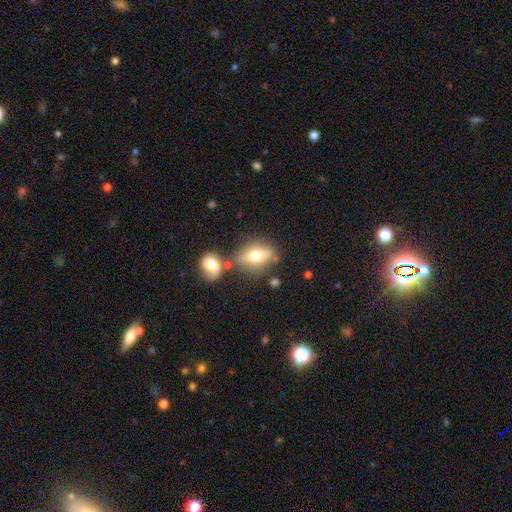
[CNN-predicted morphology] Smooth or featured? Predicted: smooth (p=0.53). How rounded? Predicted: in between (p=0.63). Merging? Predicted: none (p=0.66).